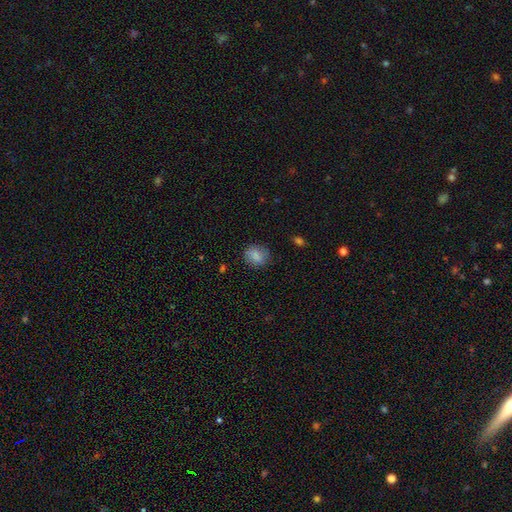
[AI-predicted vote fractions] Smooth or featured?
  - smooth: 83% *
  - star or artifact: 9%
  - featured or disk: 9%
How rounded?
  - round: 58% *
  - in between: 41%
  - cigar-shaped: 1%
Merging?
  - none: 78% *
  - minor disturbance: 16%
  - major disturbance: 4%
  - merger: 1%